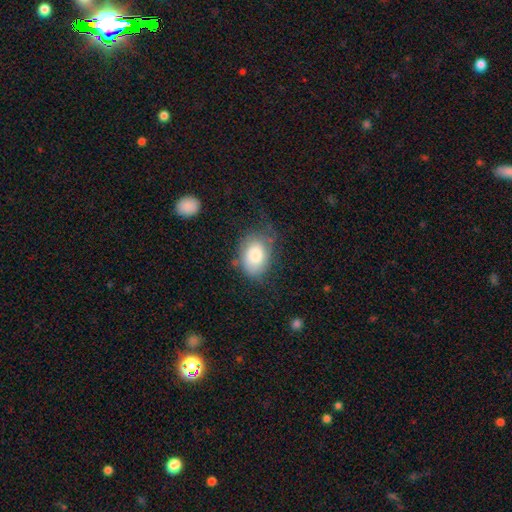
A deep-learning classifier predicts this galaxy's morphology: A smooth galaxy with no disk features (78%) that is in between round and cigar-shaped (78%).

Vote fractions:
- Smooth or featured? smooth: 78% / featured or disk: 14% / star or artifact: 7%
- How rounded? in between: 78% / round: 21% / cigar-shaped: 1%
- Merging? none: 52% / minor disturbance: 30% / major disturbance: 16% / merger: 3%